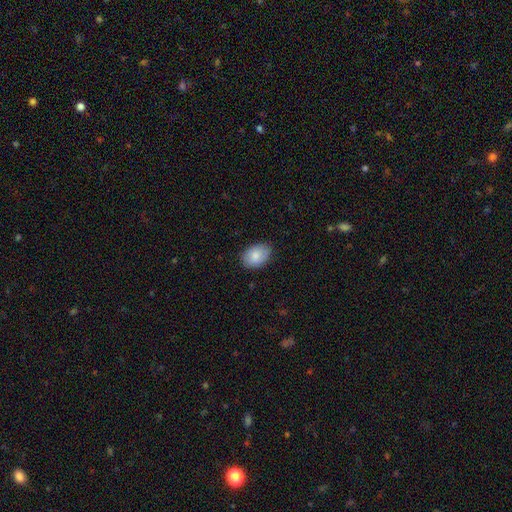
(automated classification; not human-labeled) The model was most divided on "how rounded": in between: 83%, round: 16%, cigar-shaped: 1%. More confident: smooth or featured — smooth (85%); merging — none (82%).